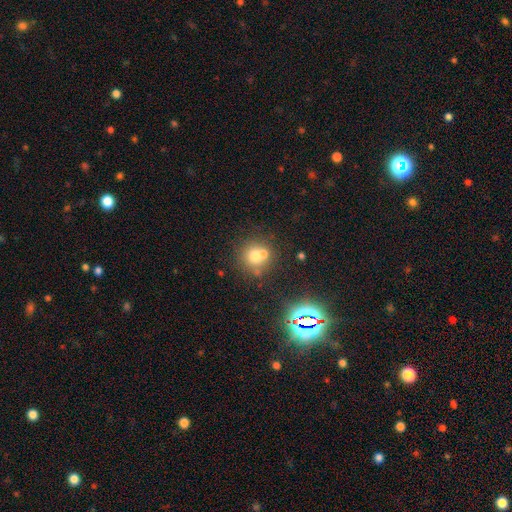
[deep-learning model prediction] Q: Smooth or featured?
A: smooth (65%); runner-up: featured or disk (18%)
Q: How rounded?
A: round (89%); runner-up: in between (11%)
Q: Merging?
A: none (50%); runner-up: merger (38%)